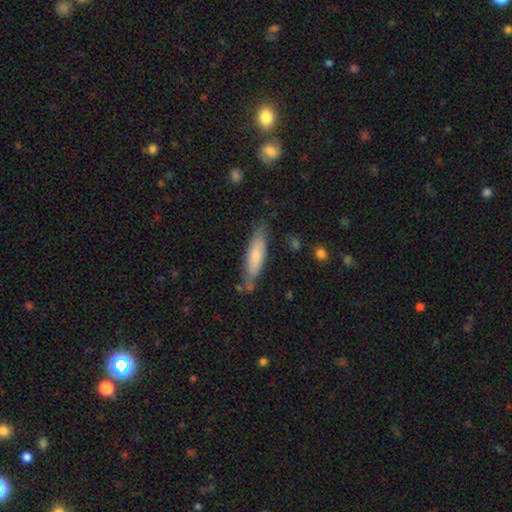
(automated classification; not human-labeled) smooth_or_featured: smooth (p=0.70) [alt: featured or disk p=0.25]
how_rounded: cigar-shaped (p=0.74) [alt: in between p=0.25]
merging: none (p=0.73) [alt: minor disturbance p=0.19]